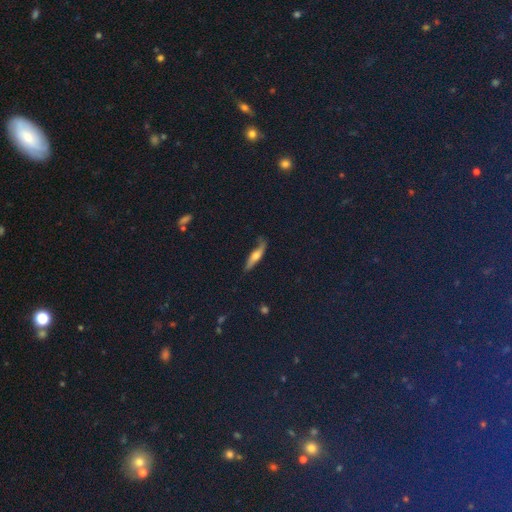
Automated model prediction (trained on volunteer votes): Overall: featured or disk (49%; smooth 39%). Merging: none (67%).